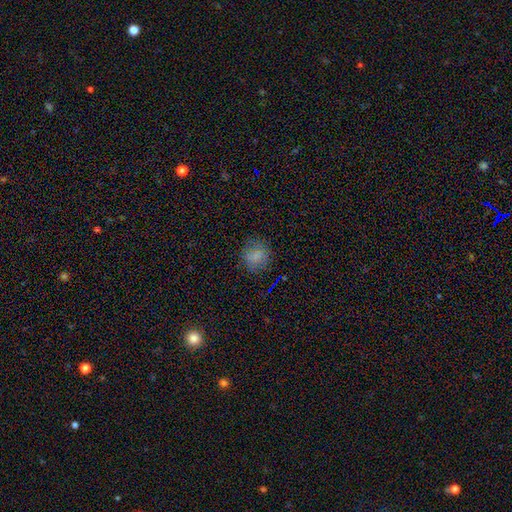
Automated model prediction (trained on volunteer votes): smooth 70%, star or artifact 21%, featured or disk 9%. Down the decision tree: how rounded — round (84%); merging — none (81%).